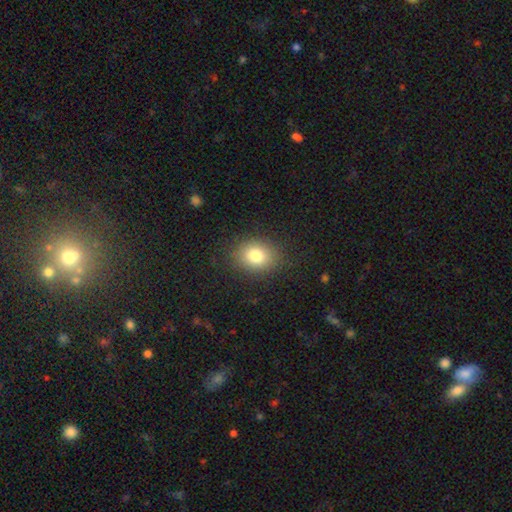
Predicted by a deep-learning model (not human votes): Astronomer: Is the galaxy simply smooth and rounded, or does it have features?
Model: smooth — 80%.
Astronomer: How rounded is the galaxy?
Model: round — 54% (runner-up: in between, 45%).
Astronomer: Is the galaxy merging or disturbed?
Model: none — 86%.